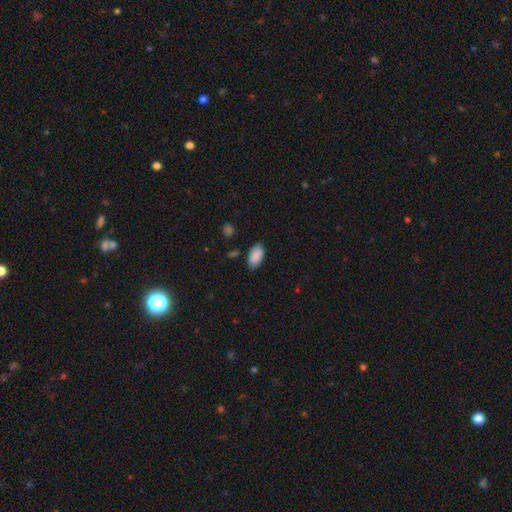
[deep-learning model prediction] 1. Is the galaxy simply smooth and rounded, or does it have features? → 89% smooth, 6% star or artifact, 4% featured or disk.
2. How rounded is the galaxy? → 95% in between, 3% cigar-shaped, 3% round.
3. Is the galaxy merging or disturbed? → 82% none, 13% minor disturbance, 3% major disturbance, 2% merger.